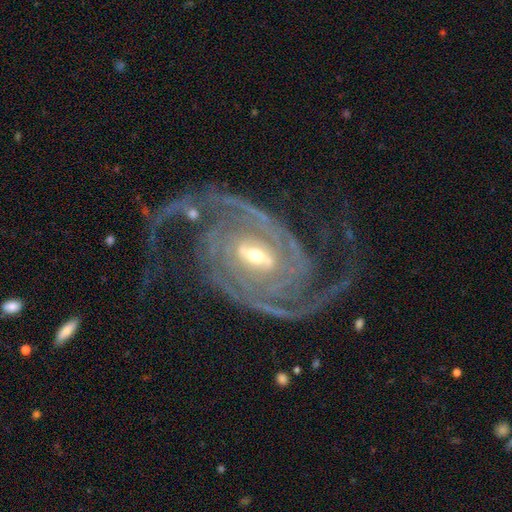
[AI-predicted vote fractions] Smooth or featured: featured or disk — 94% (star or artifact — 4%)
Edge-on disk: no — 97% (yes — 3%)
Bar: weak — 43% (strong — 32%)
Spiral arms: yes — 98% (no — 2%)
Spiral winding: medium — 45% (tight — 38%)
Spiral arm count: 2 — 68% (3 — 11%)
Bulge size: moderate — 50% (small — 44%)
Merging: none — 68% (major disturbance — 15%)